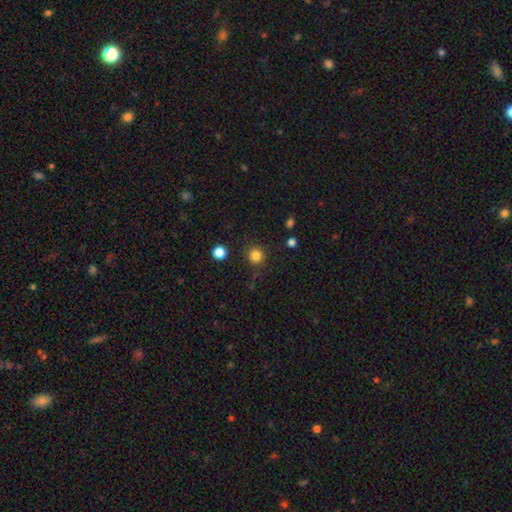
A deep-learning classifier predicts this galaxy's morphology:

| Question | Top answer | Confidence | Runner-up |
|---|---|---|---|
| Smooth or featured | smooth | 83% | star or artifact (13%) |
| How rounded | round | 94% | in between (5%) |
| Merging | none | 88% | minor disturbance (7%) |